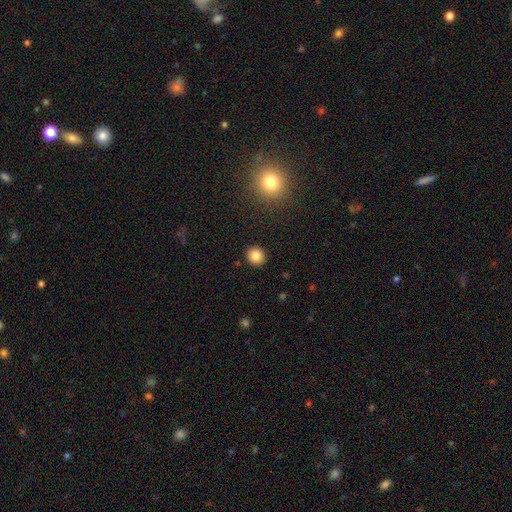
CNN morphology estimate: Smooth or featured? Predicted: smooth (p=0.84). How rounded? Predicted: round (p=0.88). Merging? Predicted: none (p=0.91).